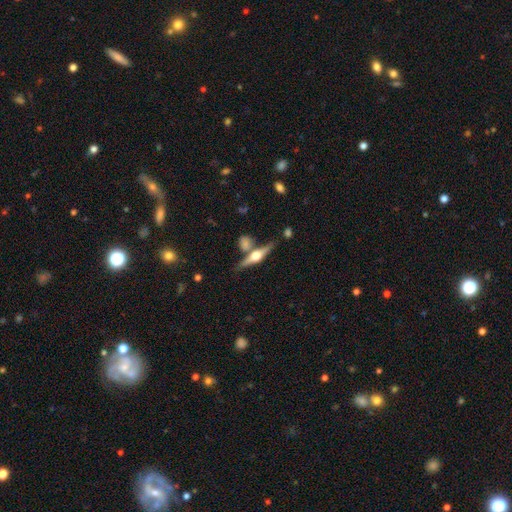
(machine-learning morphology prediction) The model was most divided on "merging": none: 72%, merger: 15%, minor disturbance: 10%, major disturbance: 3%. More confident: edge-on disk — yes (97%); edge-on bulge — rounded (93%); smooth or featured — featured or disk (78%).